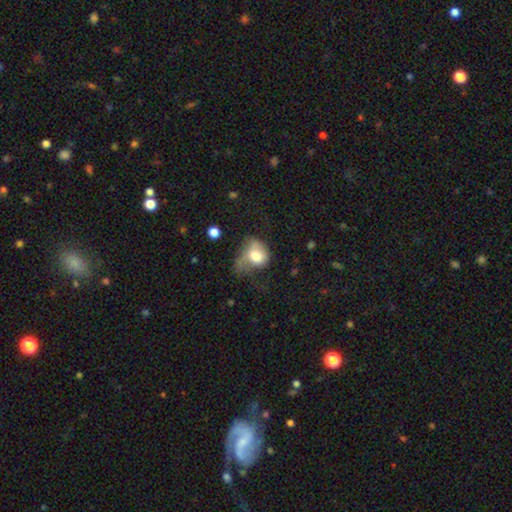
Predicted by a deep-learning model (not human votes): A smooth galaxy with no disk features (69%) that is in between round and cigar-shaped (52%). Merging: major disturbance (48%).